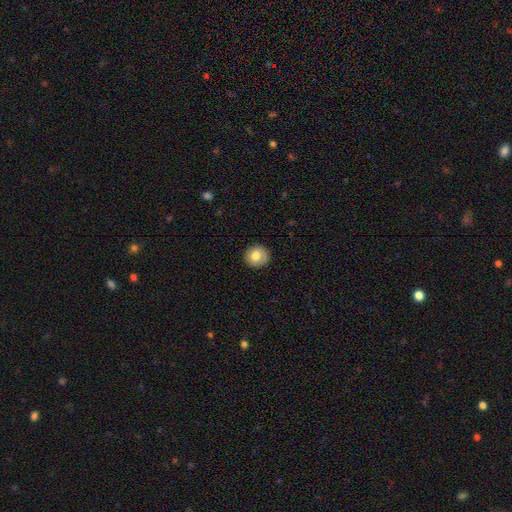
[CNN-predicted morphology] type=smooth (75%); roundness=round (89%); merging=none (88%).